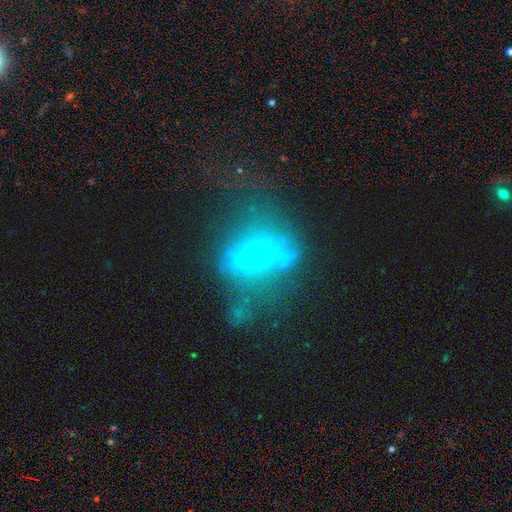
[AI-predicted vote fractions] A featured or disk galaxy (54%). Merging: major disturbance (34%, tied with none).